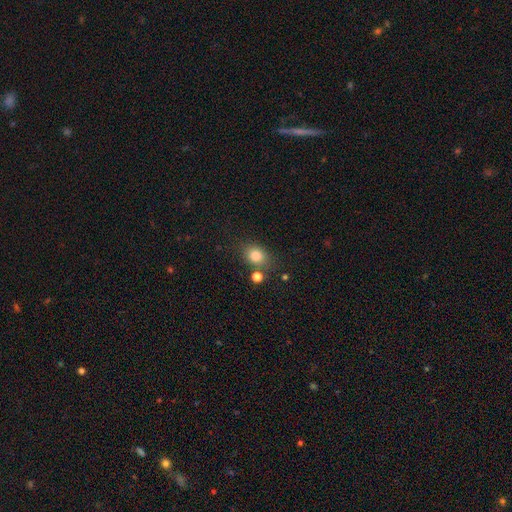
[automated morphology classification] smooth 81%, star or artifact 12%, featured or disk 7%. Down the decision tree: how rounded — round (51%); merging — none (74%).